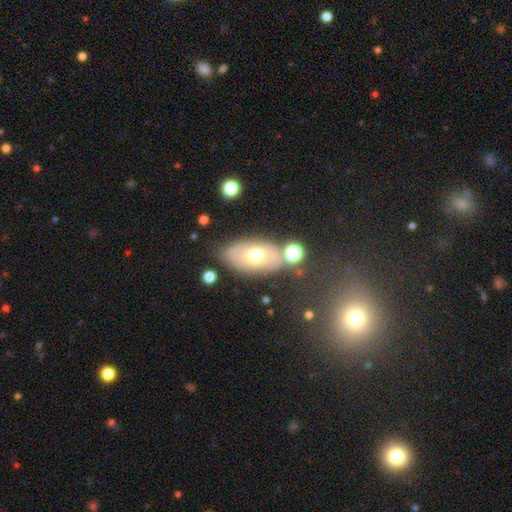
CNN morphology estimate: This is possibly a smooth galaxy (60%). How rounded: clearly in between (88%). Merging: likely none (69%).